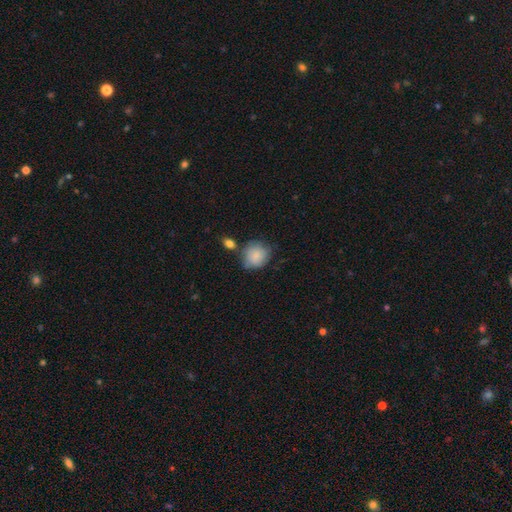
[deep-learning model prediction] smooth 81%, featured or disk 12%, star or artifact 7%. Down the decision tree: how rounded — round (81%); merging — none (62%).